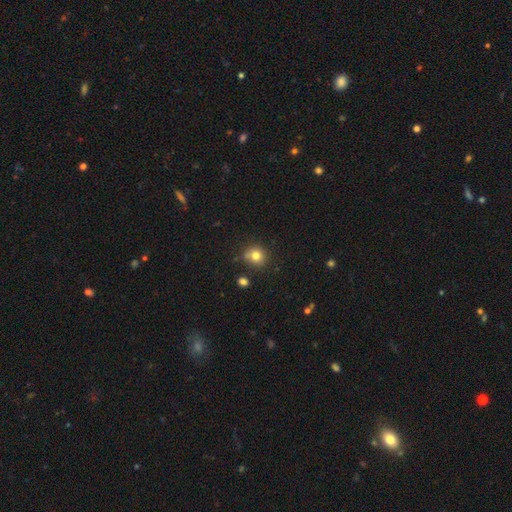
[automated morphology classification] Smooth or featured: smooth — 80% (star or artifact — 12%)
How rounded: round — 86% (in between — 14%)
Merging: none — 71% (minor disturbance — 17%)